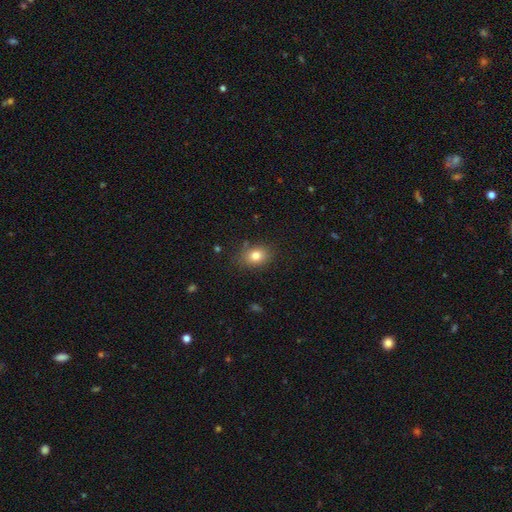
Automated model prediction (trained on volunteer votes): Smooth or featured?
  - smooth: 79% *
  - star or artifact: 11%
  - featured or disk: 9%
How rounded?
  - in between: 59% *
  - round: 40%
  - cigar-shaped: 1%
Merging?
  - none: 81% *
  - minor disturbance: 14%
  - major disturbance: 3%
  - merger: 2%